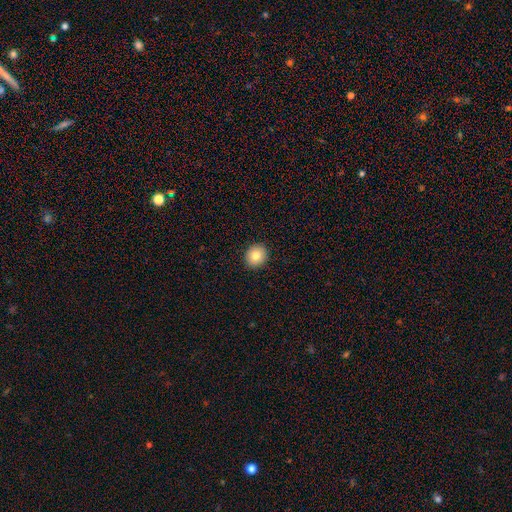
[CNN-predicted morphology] Smooth or featured? Predicted: smooth (p=0.81). How rounded? Predicted: round (p=0.82). Merging? Predicted: none (p=0.92).